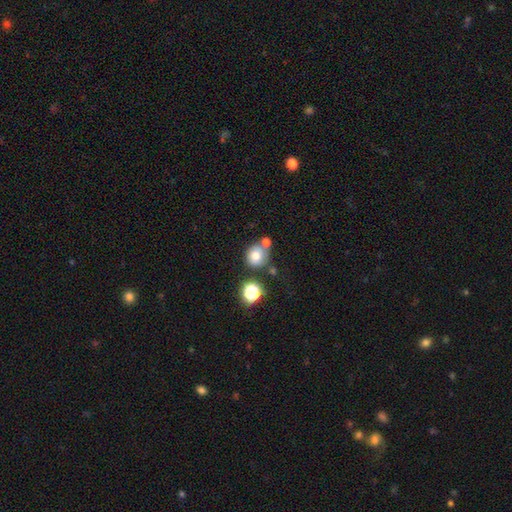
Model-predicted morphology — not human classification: Smooth or featured? smooth (76%)
How rounded? round (81%)
Merging? none (58%)